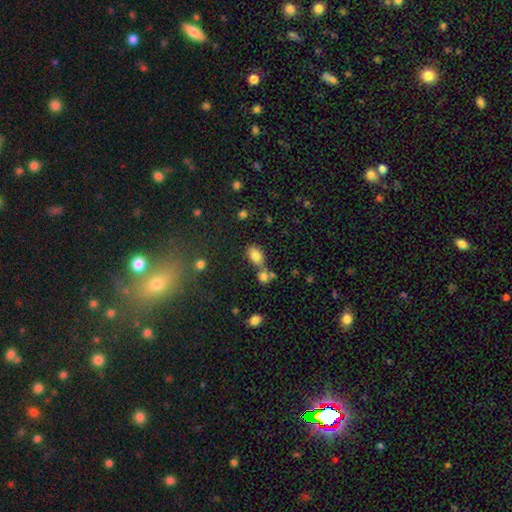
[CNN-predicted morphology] smooth 80%, star or artifact 11%, featured or disk 9%. Down the decision tree: how rounded — in between (85%); merging — none (53%).